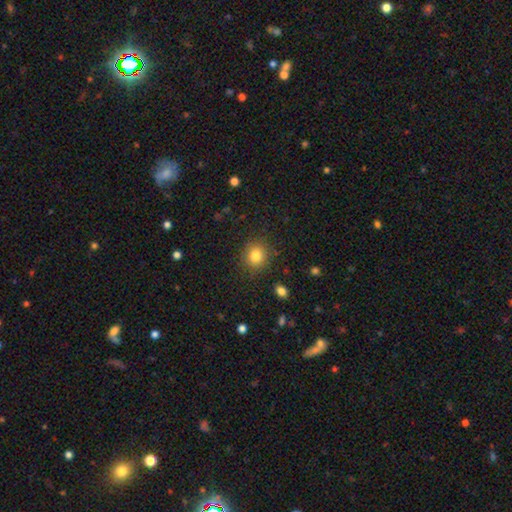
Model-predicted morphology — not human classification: Smooth or featured?
  - smooth: 82% *
  - star or artifact: 11%
  - featured or disk: 7%
How rounded?
  - round: 82% *
  - in between: 17%
  - cigar-shaped: 1%
Merging?
  - none: 87% *
  - minor disturbance: 8%
  - major disturbance: 3%
  - merger: 1%